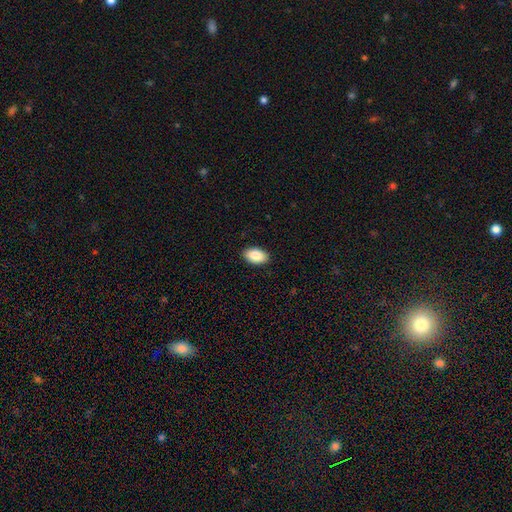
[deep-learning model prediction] Smooth or featured? Predicted: smooth (p=0.89). How rounded? Predicted: in between (p=0.94). Merging? Predicted: none (p=0.90).